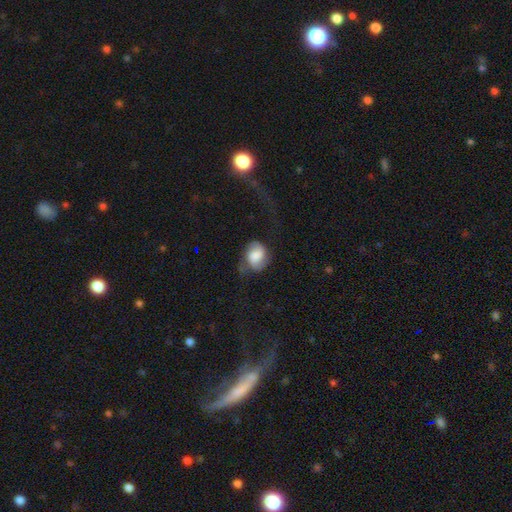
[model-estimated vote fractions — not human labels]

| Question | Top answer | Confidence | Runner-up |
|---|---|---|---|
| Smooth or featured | smooth | 49% | featured or disk (43%) |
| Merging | none | 44% | minor disturbance (29%) |